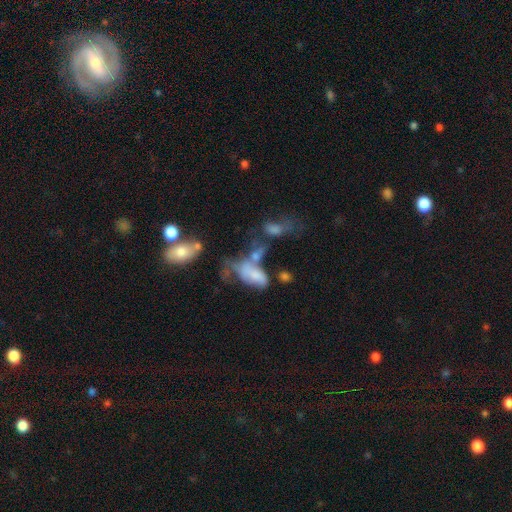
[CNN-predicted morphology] This is possibly a smooth galaxy (50%). Merging: marginally merger (37%).